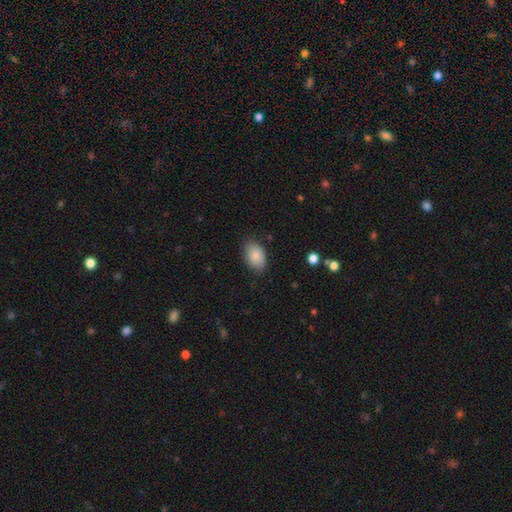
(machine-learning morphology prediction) smooth_or_featured: smooth (p=0.84) [alt: featured or disk p=0.09]
how_rounded: in between (p=0.89) [alt: round p=0.10]
merging: none (p=0.81) [alt: minor disturbance p=0.15]